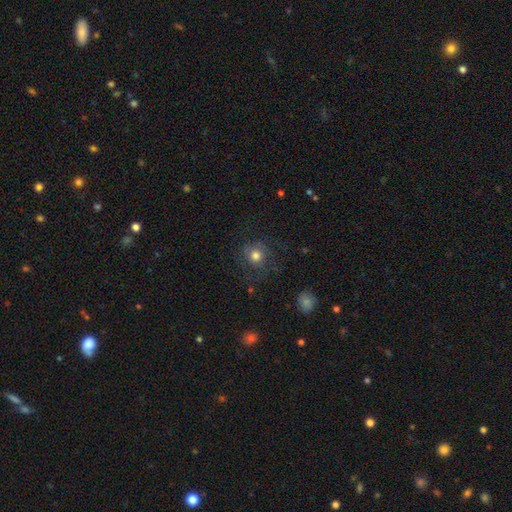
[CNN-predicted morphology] Smooth or featured?
  - smooth: 76% *
  - star or artifact: 12%
  - featured or disk: 11%
How rounded?
  - round: 90% *
  - in between: 9%
  - cigar-shaped: 1%
Merging?
  - none: 73% *
  - minor disturbance: 15%
  - major disturbance: 10%
  - merger: 2%